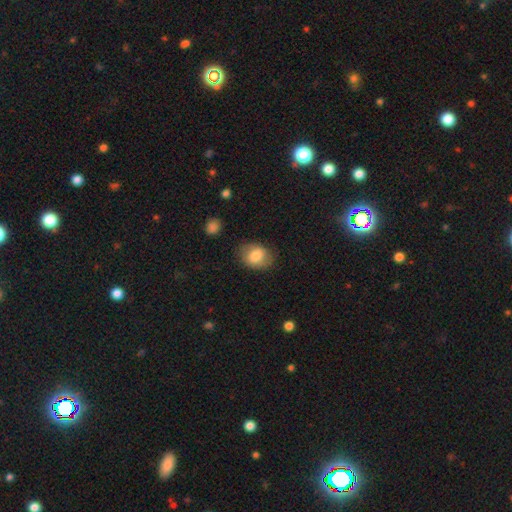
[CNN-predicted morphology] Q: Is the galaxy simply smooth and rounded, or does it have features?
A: smooth — 80%.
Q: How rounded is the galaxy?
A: in between — 61%.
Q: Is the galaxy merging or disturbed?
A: none — 78%.